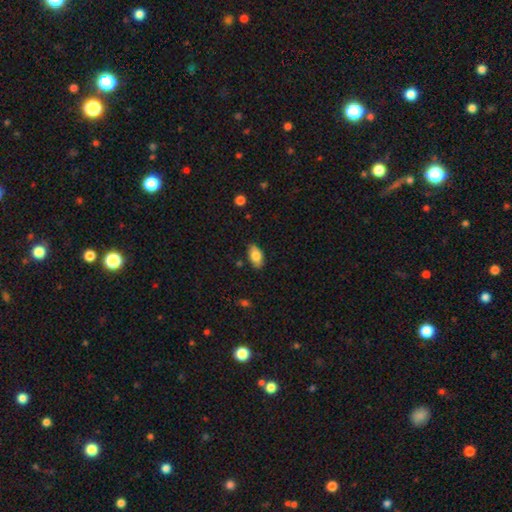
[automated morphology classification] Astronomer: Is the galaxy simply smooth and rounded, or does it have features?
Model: smooth — 82%.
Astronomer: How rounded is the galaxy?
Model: in between — 93%.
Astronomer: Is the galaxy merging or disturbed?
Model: none — 86%.